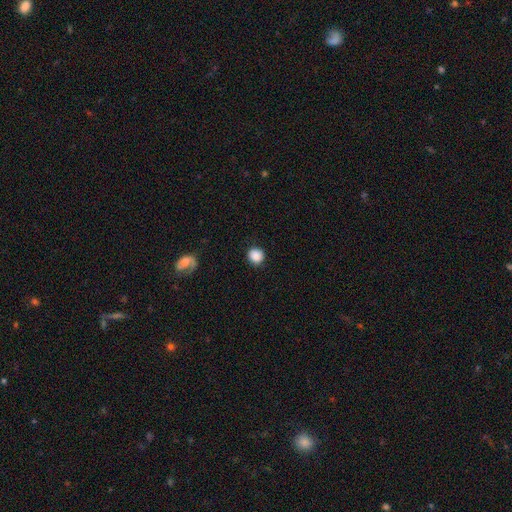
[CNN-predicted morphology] This appears to be a smooth galaxy with no disk features (87%) that is round (91%). Merging: none (90%).